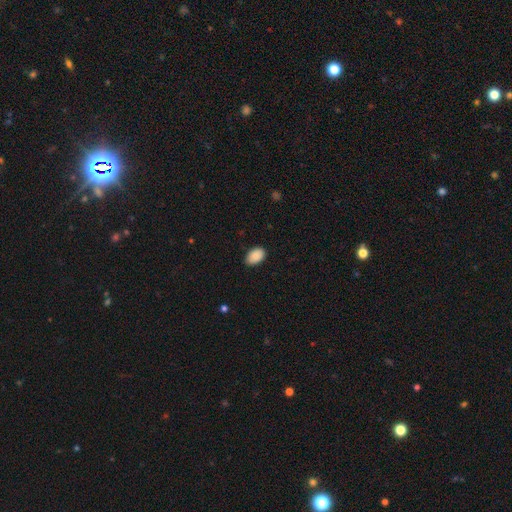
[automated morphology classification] The model was most divided on "merging": none: 83%, minor disturbance: 14%, major disturbance: 2%, merger: 1%. More confident: how rounded — in between (90%); smooth or featured — smooth (89%).